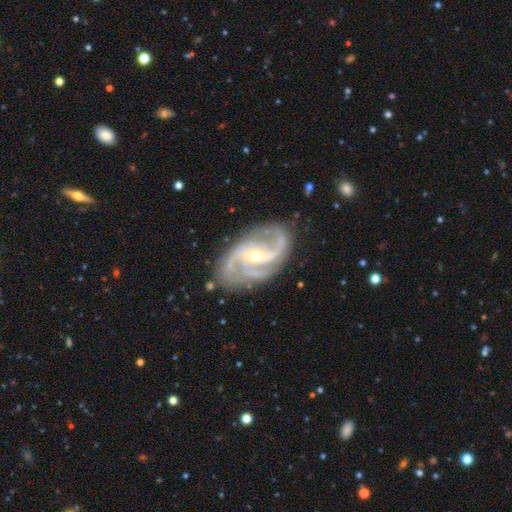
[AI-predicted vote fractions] Q: Smooth or featured?
A: featured or disk (92%); runner-up: star or artifact (5%)
Q: Edge-on disk?
A: no (97%); runner-up: yes (3%)
Q: Bar?
A: weak (41%); runner-up: no (31%)
Q: Spiral arms?
A: yes (98%); runner-up: no (2%)
Q: Spiral winding?
A: medium (52%); runner-up: loose (25%)
Q: Spiral arm count?
A: 2 (57%); runner-up: 3 (20%)
Q: Bulge size?
A: small (66%); runner-up: moderate (32%)
Q: Merging?
A: none (75%); runner-up: minor disturbance (17%)